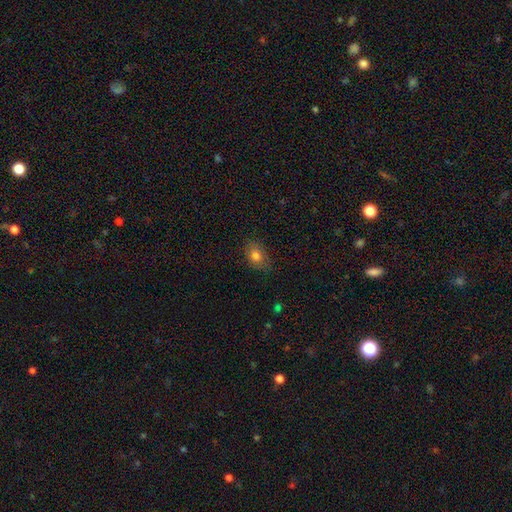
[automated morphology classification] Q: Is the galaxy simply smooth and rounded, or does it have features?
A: smooth — 78%.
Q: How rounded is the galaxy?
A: in between — 76%.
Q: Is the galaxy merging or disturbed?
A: none — 78%.